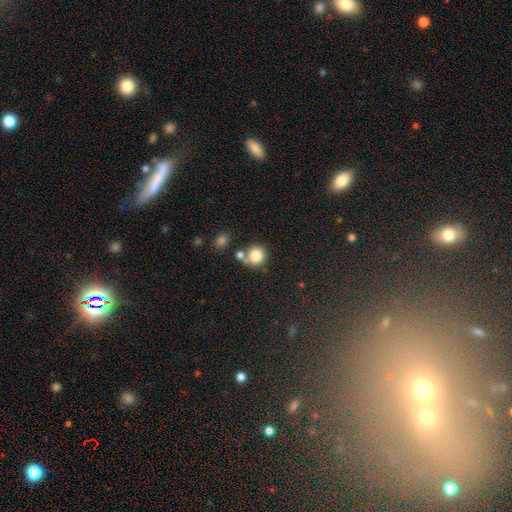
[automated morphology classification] This is clearly a smooth galaxy (82%). How rounded: clearly round (89%). Merging: likely none (62%).